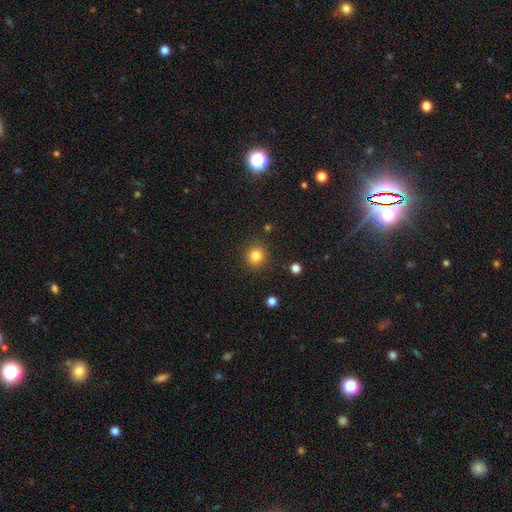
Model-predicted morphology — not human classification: Smooth or featured? Predicted: smooth (p=0.83). How rounded? Predicted: round (p=0.92). Merging? Predicted: none (p=0.90).